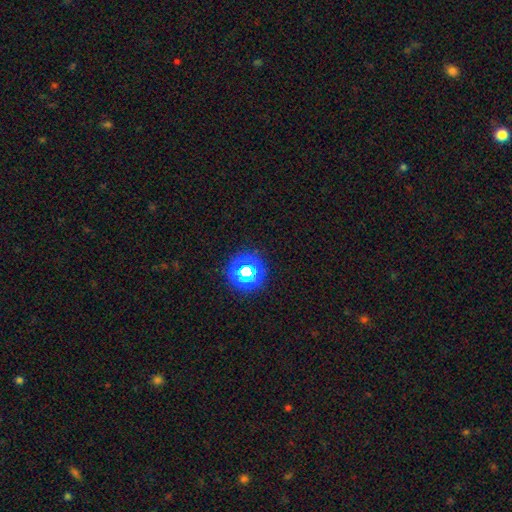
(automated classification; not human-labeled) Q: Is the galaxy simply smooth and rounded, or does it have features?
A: star or artifact — 60%.